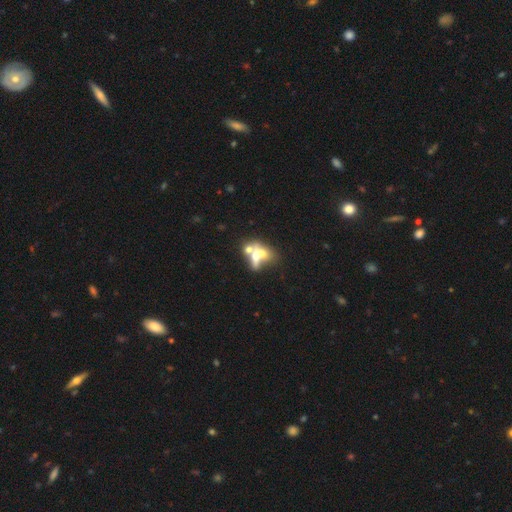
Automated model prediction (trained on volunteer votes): Smooth or featured?
  - smooth: 48% *
  - featured or disk: 39%
  - star or artifact: 13%
Merging?
  - merger: 64% *
  - none: 19%
  - major disturbance: 10%
  - minor disturbance: 8%